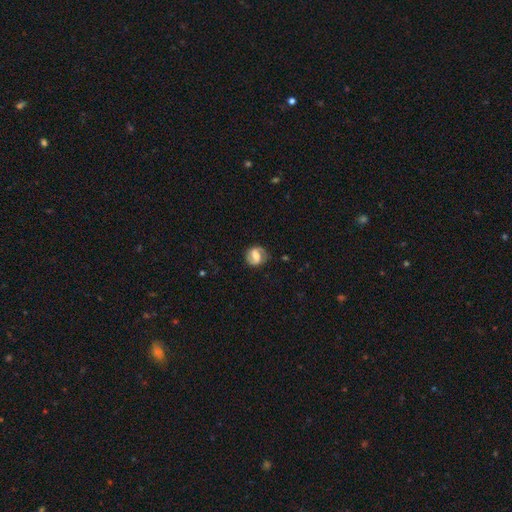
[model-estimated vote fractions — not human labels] Smooth or featured: featured or disk — 61% (smooth — 32%)
Edge-on disk: no — 96% (yes — 4%)
Bar: strong — 41% (weak — 40%)
Spiral arms: yes — 81% (no — 19%)
Bulge size: moderate — 52% (small — 24%)
Merging: none — 75% (minor disturbance — 17%)